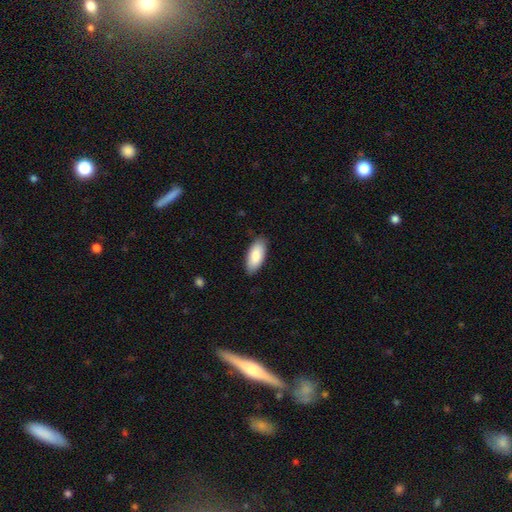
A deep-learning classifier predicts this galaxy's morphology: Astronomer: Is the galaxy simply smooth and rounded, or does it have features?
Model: smooth — 86%.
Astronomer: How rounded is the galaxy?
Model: in between — 88%.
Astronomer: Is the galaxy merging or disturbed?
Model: none — 85%.